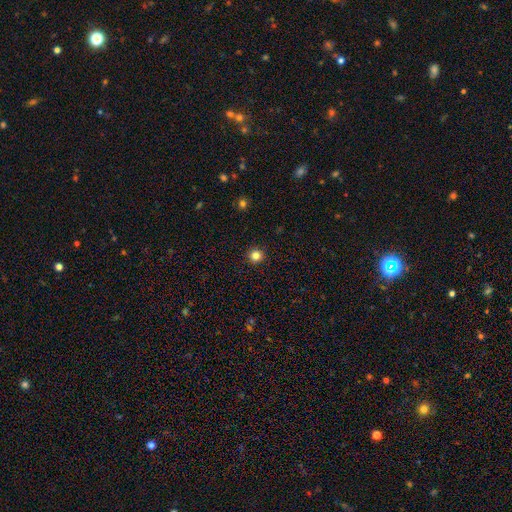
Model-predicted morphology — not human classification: smooth-or-featured: smooth: 84% | star or artifact: 12% | featured or disk: 4%
  how-rounded: round: 95% | in between: 4% | cigar-shaped: 1%
  merging: none: 93% | minor disturbance: 4% | major disturbance: 2% | merger: 1%